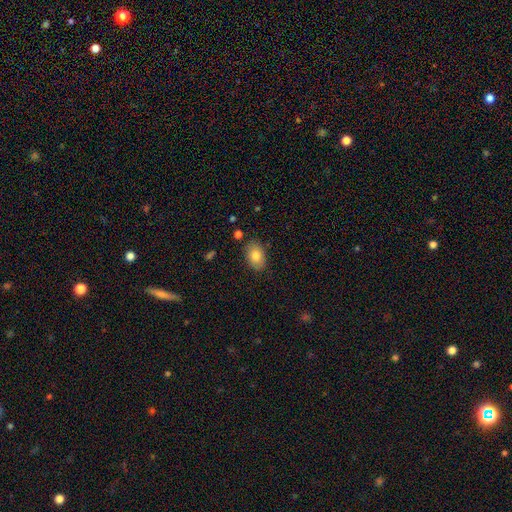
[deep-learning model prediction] Overall: smooth (82%). How rounded: in between (86%). Merging: none (85%).